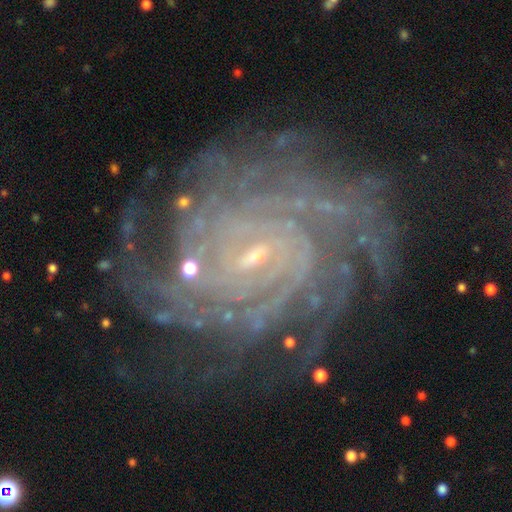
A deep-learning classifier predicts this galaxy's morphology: Smooth or featured?
  - featured or disk: 89% *
  - star or artifact: 7%
  - smooth: 4%
Edge-on disk?
  - no: 98% *
  - yes: 2%
Bar?
  - no: 52% *
  - weak: 35%
  - strong: 13%
Spiral arms?
  - yes: 98% *
  - no: 2%
Spiral winding?
  - tight: 77% *
  - medium: 20%
  - loose: 4%
Spiral arm count?
  - more than 4: 29% *
  - can't tell: 22%
  - 4: 20%
  - 3: 11%
  - 2: 10%
  - 1: 8%
Bulge size?
  - small: 86% *
  - moderate: 8%
  - none: 4%
  - large: 1%
  - dominant: 1%
Merging?
  - none: 78% *
  - minor disturbance: 14%
  - major disturbance: 6%
  - merger: 2%